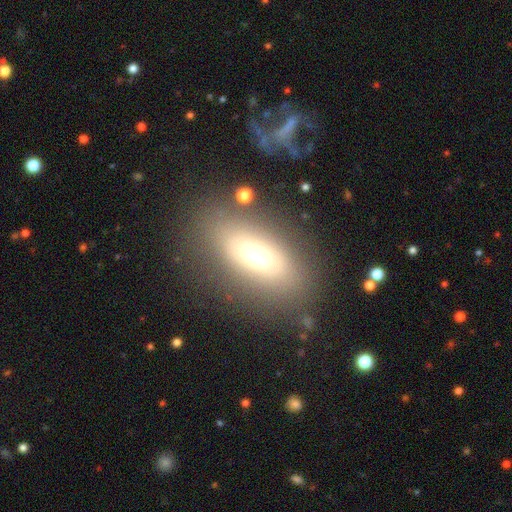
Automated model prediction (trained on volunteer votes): smooth 61%, featured or disk 26%, star or artifact 13%. Down the decision tree: how rounded — in between (80%); merging — none (75%).